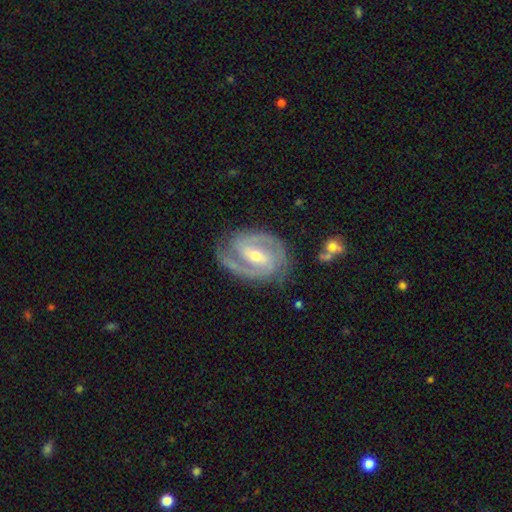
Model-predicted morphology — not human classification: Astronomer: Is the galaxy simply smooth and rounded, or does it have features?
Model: featured or disk — 91%.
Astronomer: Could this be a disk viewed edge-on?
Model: no — 97%.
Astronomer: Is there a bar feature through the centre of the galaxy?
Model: strong — 47% (runner-up: weak, 38%).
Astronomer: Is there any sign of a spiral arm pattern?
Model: yes — 98%.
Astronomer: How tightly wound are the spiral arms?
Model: tight — 49% (runner-up: medium, 44%).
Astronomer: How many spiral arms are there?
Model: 2 — 84%.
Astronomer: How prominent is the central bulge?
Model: moderate — 50% (runner-up: small, 47%).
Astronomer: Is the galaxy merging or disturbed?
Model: none — 80%.